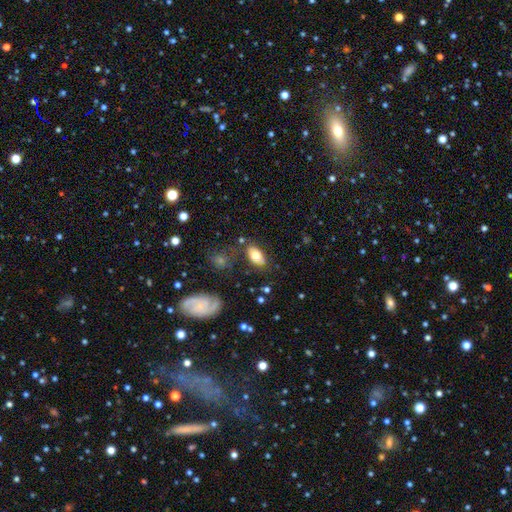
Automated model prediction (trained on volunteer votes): Q: Smooth or featured?
A: smooth (73%); runner-up: featured or disk (18%)
Q: How rounded?
A: in between (90%); runner-up: round (7%)
Q: Merging?
A: none (71%); runner-up: minor disturbance (17%)